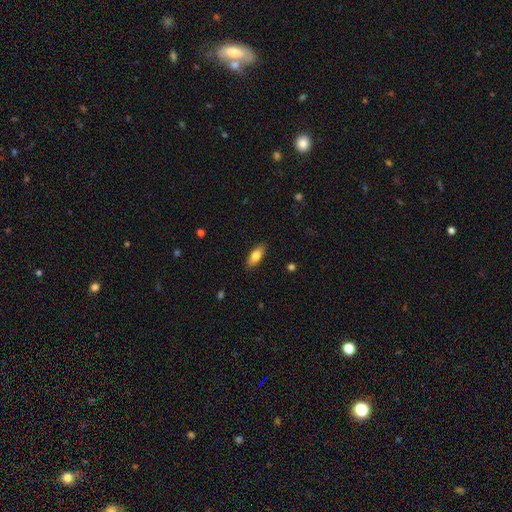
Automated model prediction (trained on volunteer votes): smooth_or_featured: smooth (p=0.79) [alt: featured or disk p=0.15]
how_rounded: in between (p=0.80) [alt: cigar-shaped p=0.17]
merging: none (p=0.88) [alt: minor disturbance p=0.09]